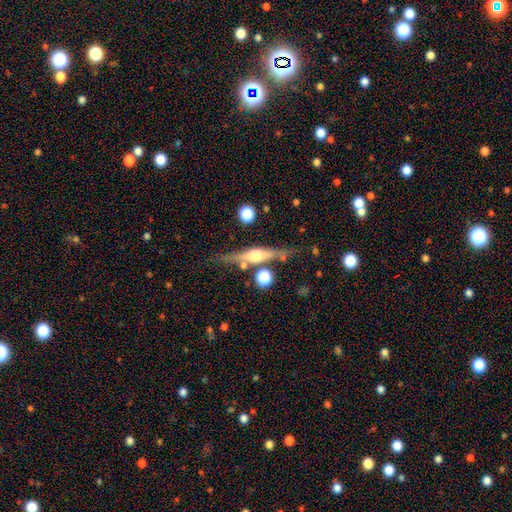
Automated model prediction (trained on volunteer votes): Smooth or featured? Predicted: featured or disk (p=0.74). Edge-on disk? Predicted: yes (p=0.96). Edge-on bulge? Predicted: rounded (p=0.84). Merging? Predicted: none (p=0.76).